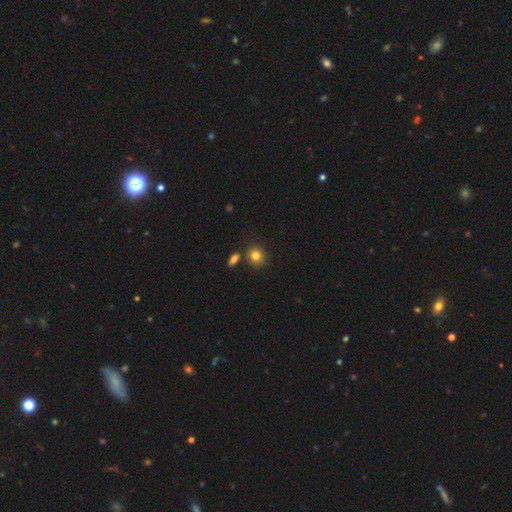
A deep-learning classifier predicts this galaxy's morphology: The model was most divided on "how rounded": round: 81%, in between: 17%, cigar-shaped: 1%. More confident: smooth or featured — smooth (81%); merging — none (78%).